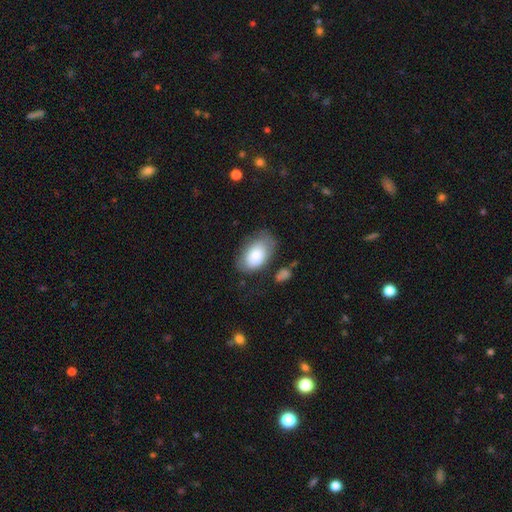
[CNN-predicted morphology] Overall: smooth (80%). How rounded: in between (92%). Merging: none (61%; minor disturbance 24%).